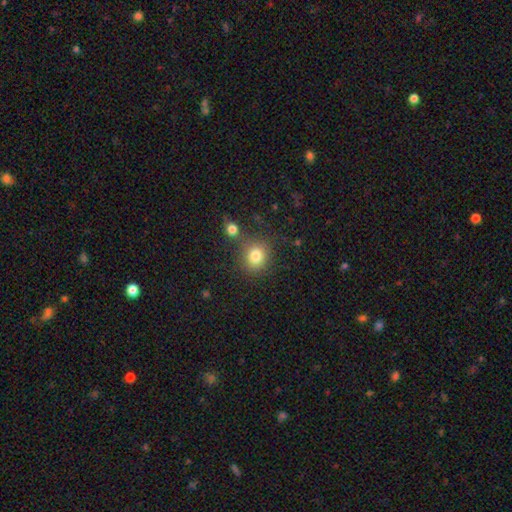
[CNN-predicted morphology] Overall: smooth (81%). How rounded: round (79%). Merging: none (72%).